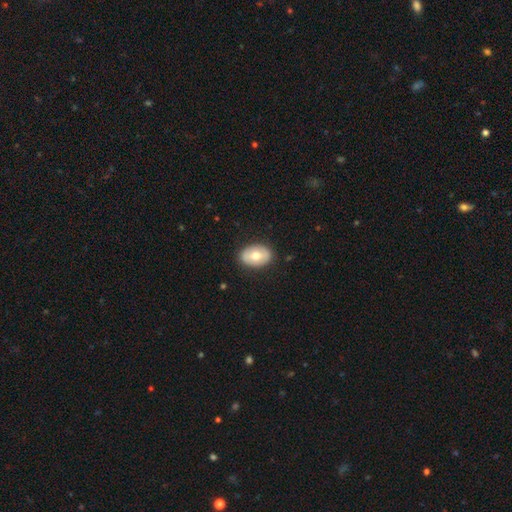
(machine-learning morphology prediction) smooth 62%, featured or disk 32%, star or artifact 6%. Down the decision tree: how rounded — in between (80%); merging — none (87%).